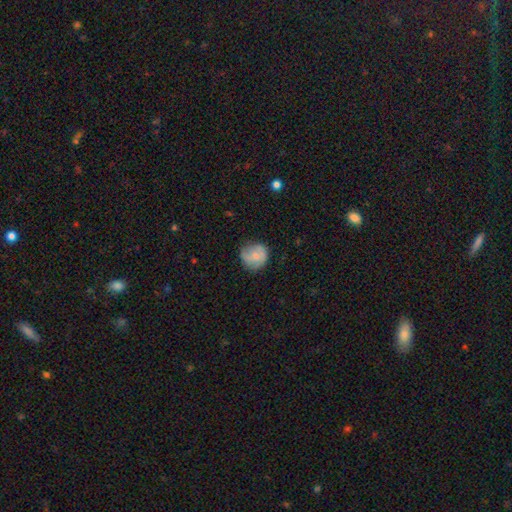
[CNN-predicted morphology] Q: Smooth or featured?
A: smooth (54%); runner-up: featured or disk (39%)
Q: How rounded?
A: round (84%); runner-up: in between (15%)
Q: Merging?
A: none (66%); runner-up: minor disturbance (24%)